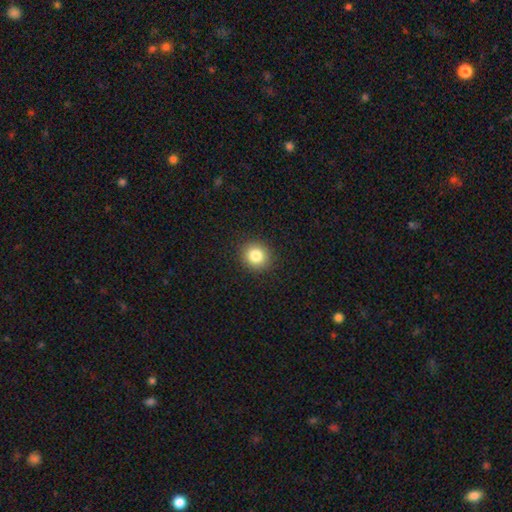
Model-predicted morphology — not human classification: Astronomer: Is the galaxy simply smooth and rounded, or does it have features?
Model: smooth — 83%.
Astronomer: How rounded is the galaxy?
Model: round — 86%.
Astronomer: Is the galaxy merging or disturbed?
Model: none — 92%.